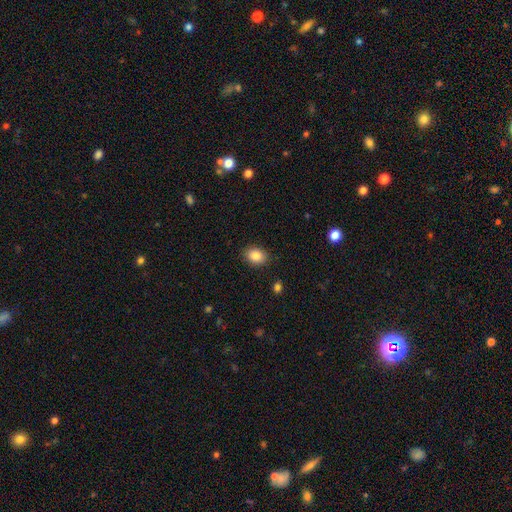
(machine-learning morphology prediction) Q: Smooth or featured?
A: smooth (86%); runner-up: star or artifact (9%)
Q: How rounded?
A: in between (63%); runner-up: round (36%)
Q: Merging?
A: none (87%); runner-up: minor disturbance (9%)